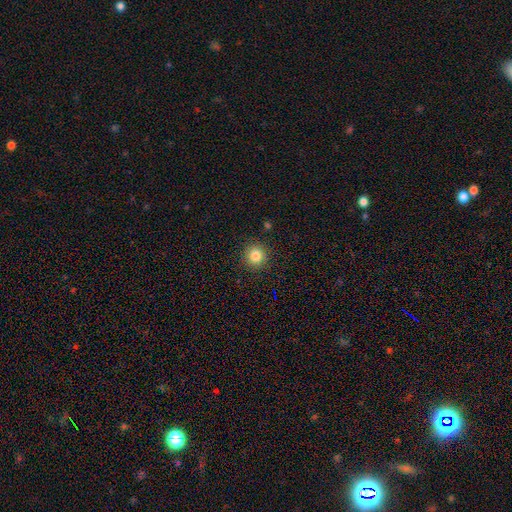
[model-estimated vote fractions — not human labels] Overall: smooth (83%). How rounded: round (93%). Merging: none (91%).